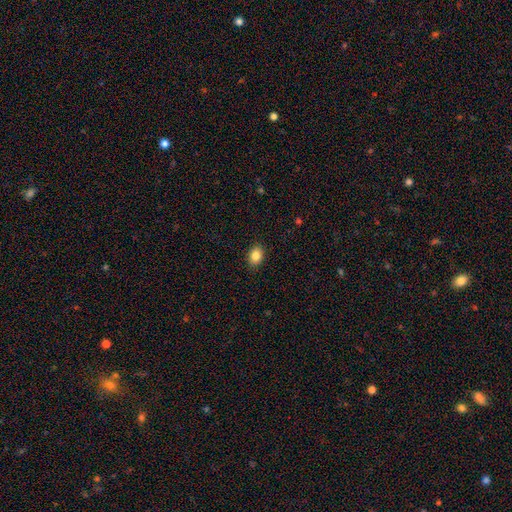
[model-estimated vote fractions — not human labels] Overall: smooth (85%). How rounded: in between (71%). Merging: none (89%).